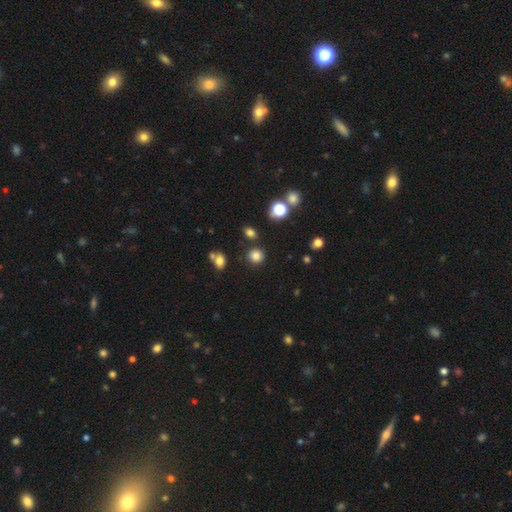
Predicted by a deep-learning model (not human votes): smooth-or-featured: smooth: 80% | star or artifact: 15% | featured or disk: 5%
  how-rounded: round: 87% | in between: 12% | cigar-shaped: 1%
  merging: none: 83% | minor disturbance: 9% | merger: 5% | major disturbance: 3%